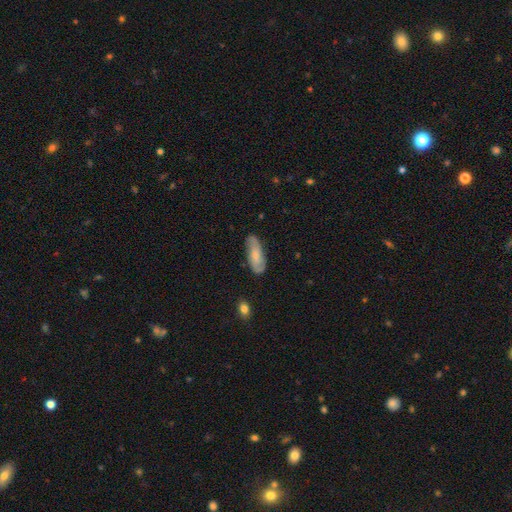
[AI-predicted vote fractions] This is possibly a smooth galaxy (52%). How rounded: likely in between (68%). Merging: likely none (76%).